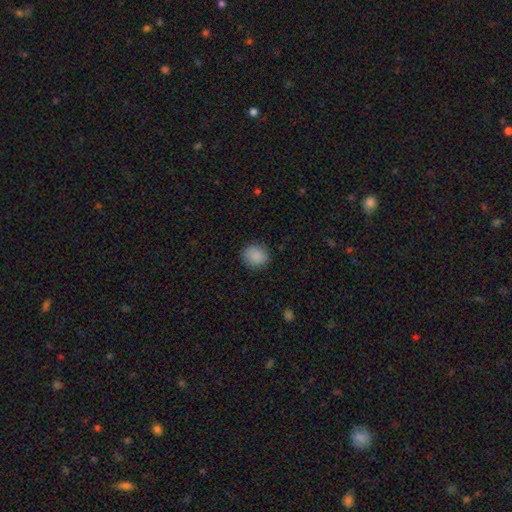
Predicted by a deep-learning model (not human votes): smooth_or_featured: smooth (p=0.88) [alt: star or artifact p=0.08]
how_rounded: round (p=0.80) [alt: in between p=0.19]
merging: none (p=0.86) [alt: minor disturbance p=0.10]